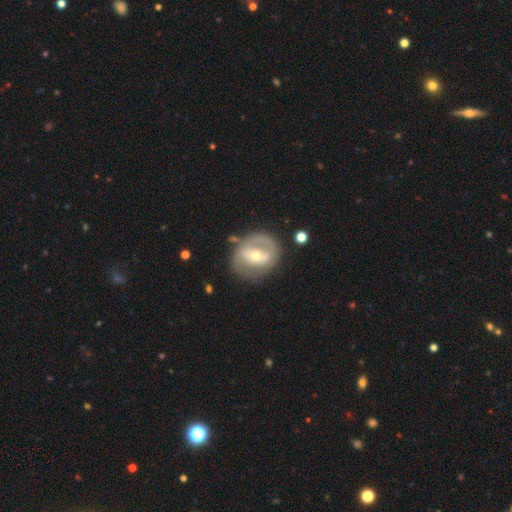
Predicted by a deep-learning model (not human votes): smooth_or_featured: featured or disk (p=0.66) [alt: smooth p=0.28]
disk_edge_on: no (p=0.95) [alt: yes p=0.05]
bar: weak (p=0.36) [alt: no p=0.35]
has_spiral_arms: yes (p=0.51) [alt: no p=0.49]
bulge_size: moderate (p=0.53) [alt: small p=0.41]
merging: none (p=0.68) [alt: minor disturbance p=0.18]